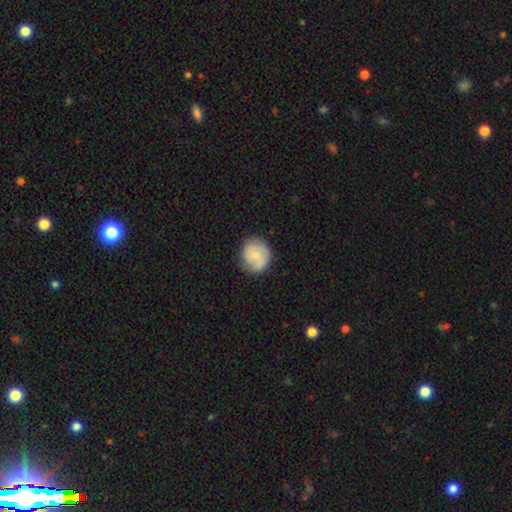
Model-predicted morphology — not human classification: smooth_or_featured: smooth (p=0.59) [alt: featured or disk p=0.34]
how_rounded: round (p=0.86) [alt: in between p=0.13]
merging: none (p=0.80) [alt: minor disturbance p=0.15]